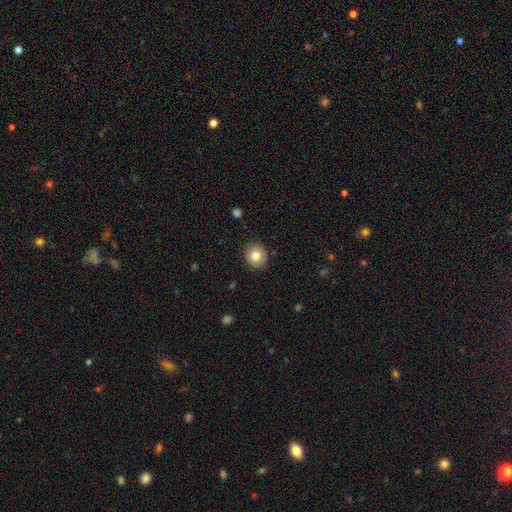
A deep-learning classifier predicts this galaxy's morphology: smooth-or-featured: smooth: 81% | featured or disk: 10% | star or artifact: 9%
  how-rounded: round: 85% | in between: 14% | cigar-shaped: 1%
  merging: none: 89% | minor disturbance: 8% | major disturbance: 2% | merger: 1%